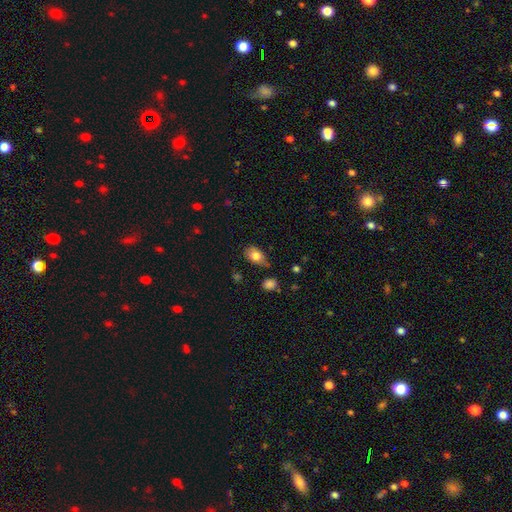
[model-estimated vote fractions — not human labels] Smooth or featured? smooth (80%)
How rounded? in between (81%)
Merging? none (57%)